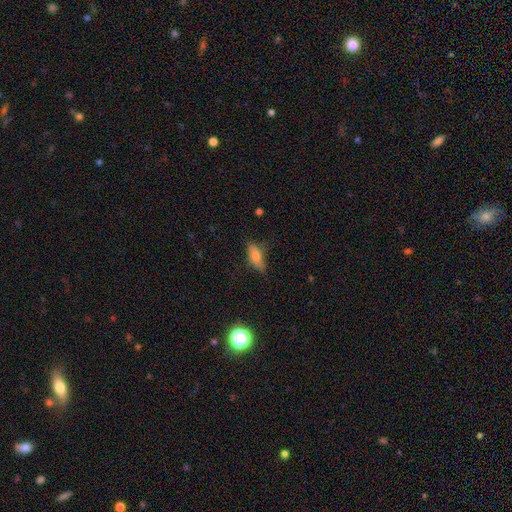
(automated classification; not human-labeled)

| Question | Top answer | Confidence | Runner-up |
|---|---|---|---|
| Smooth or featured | smooth | 73% | featured or disk (18%) |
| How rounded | in between | 73% | cigar-shaped (24%) |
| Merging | none | 61% | minor disturbance (28%) |